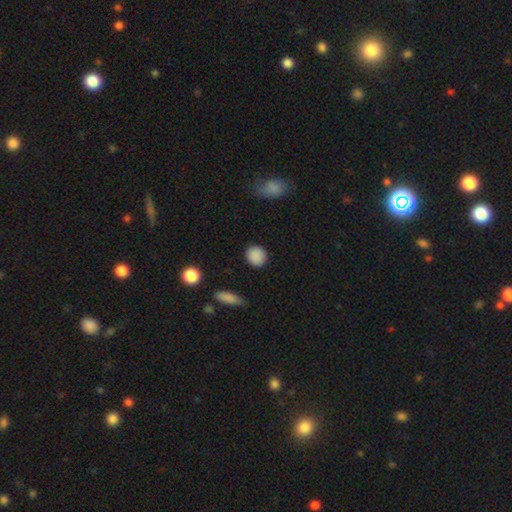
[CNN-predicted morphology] This is clearly a smooth galaxy (88%). How rounded: clearly round (84%). Merging: clearly none (90%).